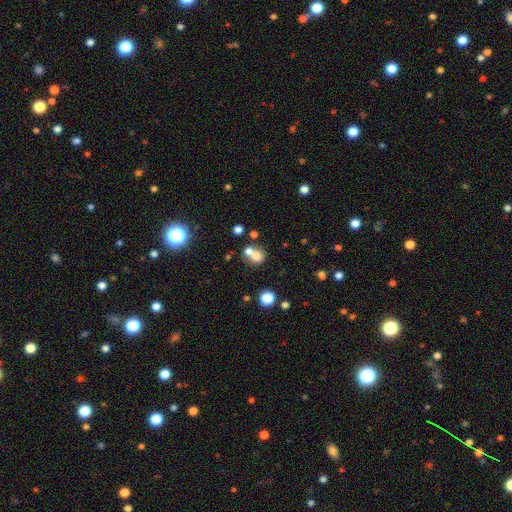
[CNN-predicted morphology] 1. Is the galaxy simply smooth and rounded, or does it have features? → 71% smooth, 15% star or artifact, 14% featured or disk.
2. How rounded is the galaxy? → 73% round, 26% in between, 1% cigar-shaped.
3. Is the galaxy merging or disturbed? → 50% merger, 38% none, 8% minor disturbance, 5% major disturbance.